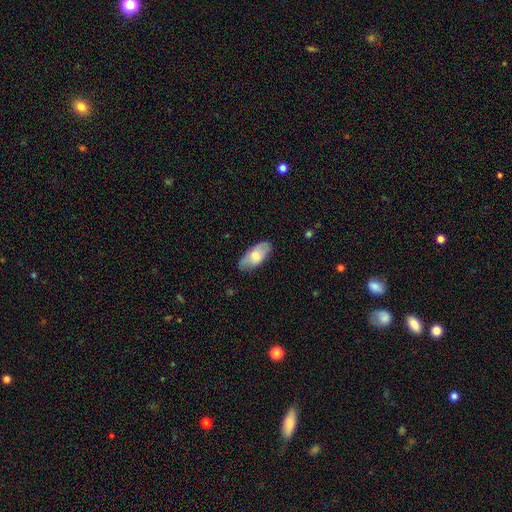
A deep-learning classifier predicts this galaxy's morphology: Smooth or featured: smooth — 70% (featured or disk — 24%)
How rounded: in between — 92% (cigar-shaped — 6%)
Merging: none — 75% (minor disturbance — 20%)